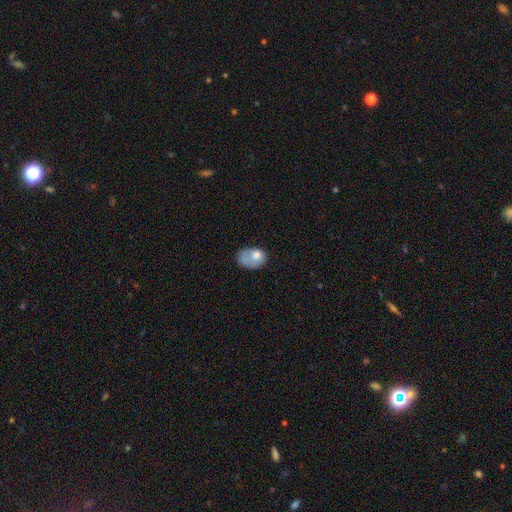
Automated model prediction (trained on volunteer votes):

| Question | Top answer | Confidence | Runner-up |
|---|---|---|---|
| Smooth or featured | smooth | 69% | featured or disk (22%) |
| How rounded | in between | 74% | round (24%) |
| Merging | minor disturbance | 33% | major disturbance (30%) |